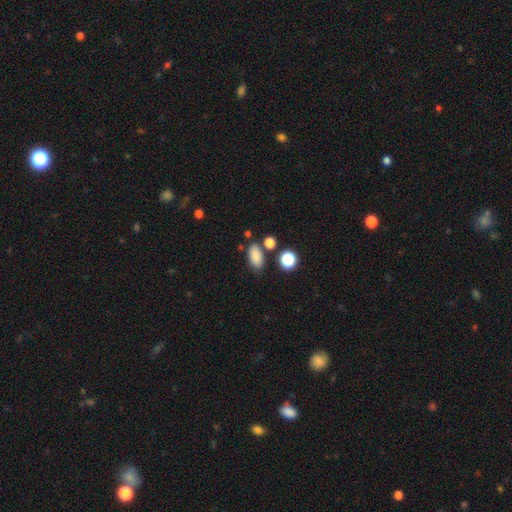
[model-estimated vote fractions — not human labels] smooth-or-featured: smooth: 85% | star or artifact: 10% | featured or disk: 6%
  how-rounded: in between: 87% | round: 8% | cigar-shaped: 5%
  merging: none: 74% | minor disturbance: 13% | merger: 9% | major disturbance: 4%